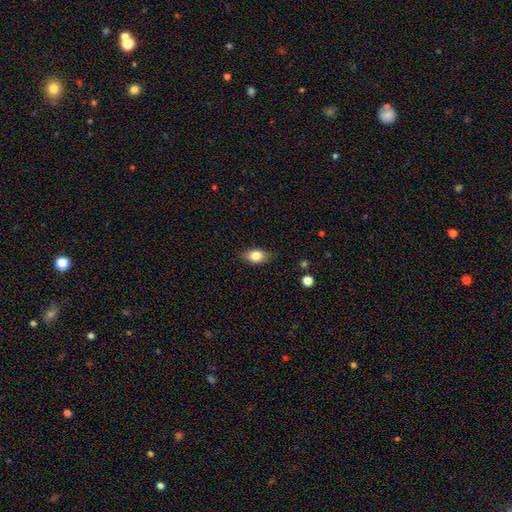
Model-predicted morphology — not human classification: A smooth galaxy with no disk features (79%) that is in between round and cigar-shaped (78%).

Vote fractions:
- Smooth or featured? smooth: 79% / featured or disk: 13% / star or artifact: 8%
- How rounded? in between: 78% / round: 18% / cigar-shaped: 4%
- Merging? none: 80% / minor disturbance: 16% / major disturbance: 3% / merger: 1%